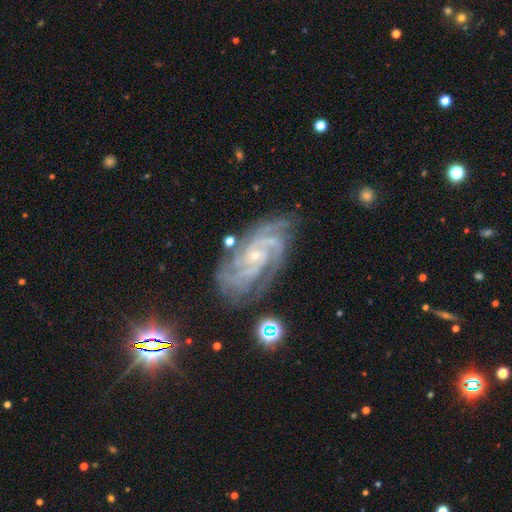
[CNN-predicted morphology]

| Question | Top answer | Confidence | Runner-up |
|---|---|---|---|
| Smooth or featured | featured or disk | 90% | star or artifact (7%) |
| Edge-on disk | no | 97% | yes (3%) |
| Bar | no | 65% | weak (26%) |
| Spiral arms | yes | 98% | no (2%) |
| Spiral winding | tight | 63% | medium (32%) |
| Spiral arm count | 3 | 31% | 4 (25%) |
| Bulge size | small | 81% | moderate (14%) |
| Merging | none | 72% | minor disturbance (19%) |